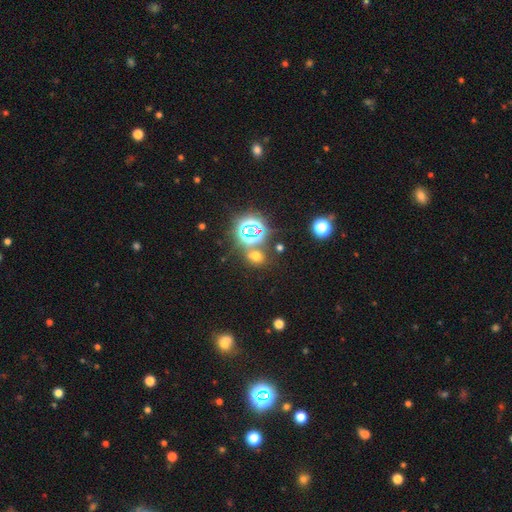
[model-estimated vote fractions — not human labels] smooth-or-featured: smooth: 50% | star or artifact: 43% | featured or disk: 8%
  merging: none: 72% | merger: 14% | minor disturbance: 10% | major disturbance: 4%